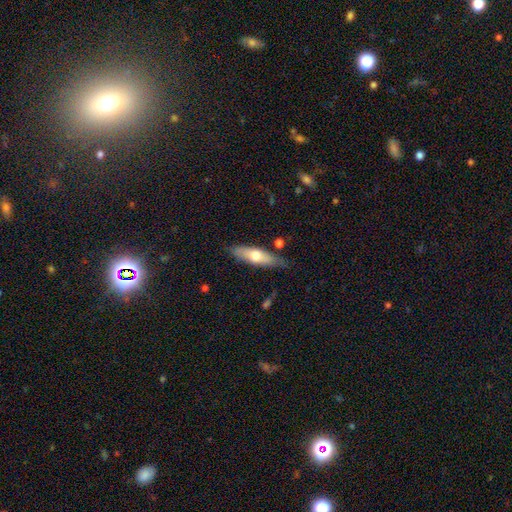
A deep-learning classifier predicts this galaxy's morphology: smooth-or-featured: smooth: 57% | featured or disk: 37% | star or artifact: 6%
  how-rounded: cigar-shaped: 54% | in between: 44% | round: 2%
  merging: none: 79% | minor disturbance: 15% | major disturbance: 3% | merger: 3%